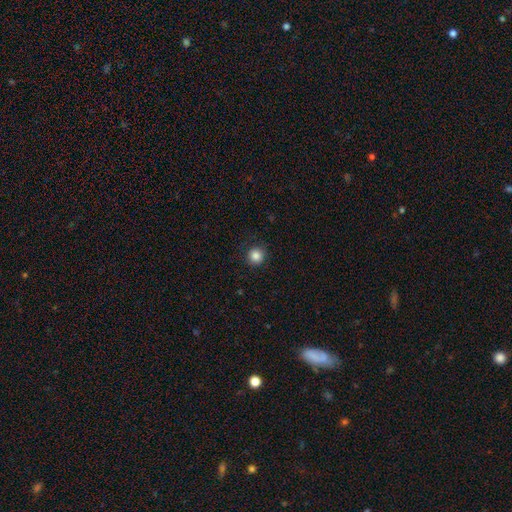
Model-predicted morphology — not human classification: This appears to be a smooth galaxy with no disk features (86%) that is round (94%). Merging: none (88%).